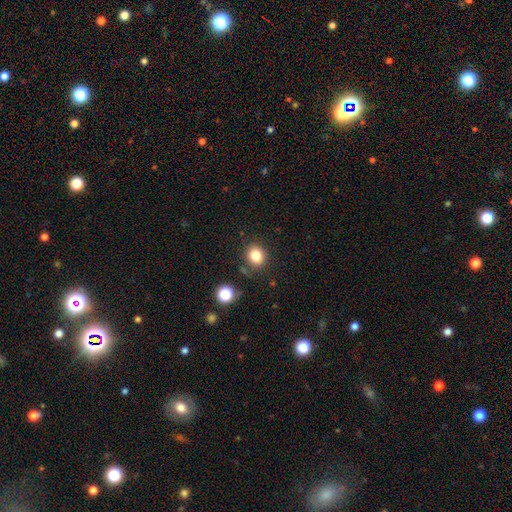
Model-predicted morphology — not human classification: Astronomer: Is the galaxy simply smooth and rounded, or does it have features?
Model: smooth — 81%.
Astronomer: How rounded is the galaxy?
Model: round — 77%.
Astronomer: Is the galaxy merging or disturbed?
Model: none — 82%.